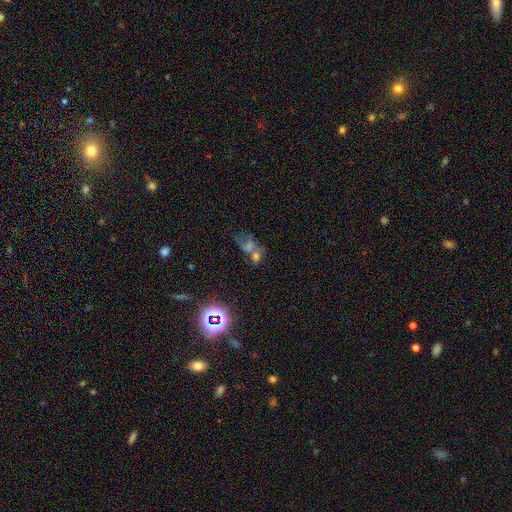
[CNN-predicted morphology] Smooth or featured? Predicted: smooth (p=0.45). Merging? Predicted: merger (p=0.51).